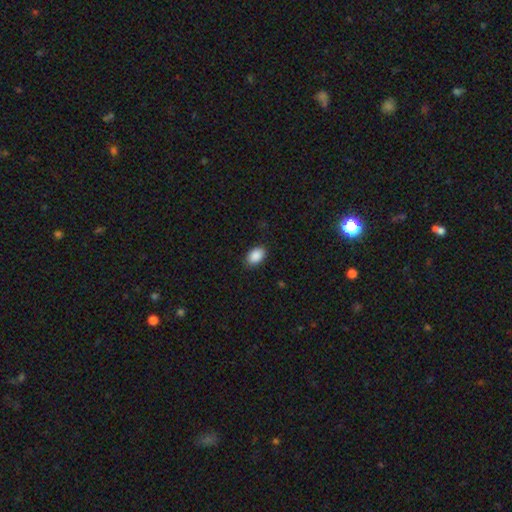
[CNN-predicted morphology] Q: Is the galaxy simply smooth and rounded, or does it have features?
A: smooth — 90%.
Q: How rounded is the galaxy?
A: in between — 89%.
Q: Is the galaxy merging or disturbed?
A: none — 88%.